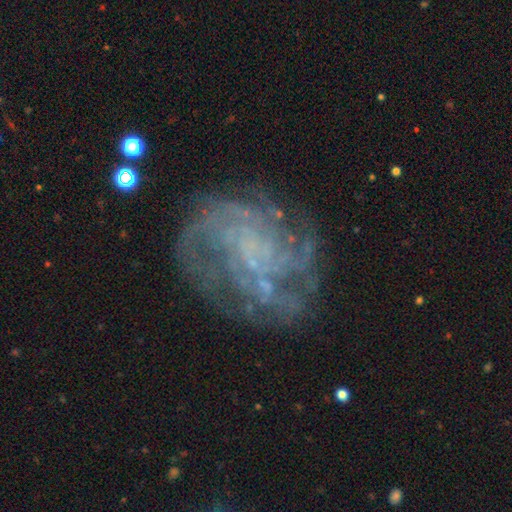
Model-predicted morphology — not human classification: featured or disk 80%, star or artifact 10%, smooth 9%. Down the decision tree: edge-on disk — no (98%); bar — no (71%); spiral arms — yes (88%); spiral arm count — can't tell (41%); spiral winding — tight (50%); bulge size — none (66%); merging — none (68%).